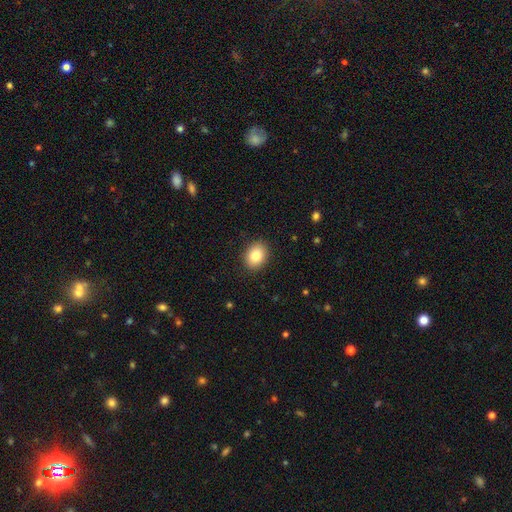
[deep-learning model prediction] Smooth or featured: smooth — 83% (star or artifact — 9%)
How rounded: in between — 62% (round — 37%)
Merging: none — 90% (minor disturbance — 8%)